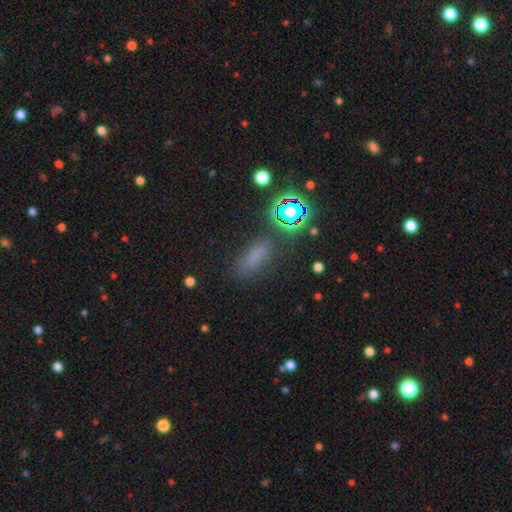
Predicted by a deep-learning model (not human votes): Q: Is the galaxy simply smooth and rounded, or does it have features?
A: smooth — 64%.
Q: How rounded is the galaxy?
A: in between — 60%.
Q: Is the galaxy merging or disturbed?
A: none — 73%.